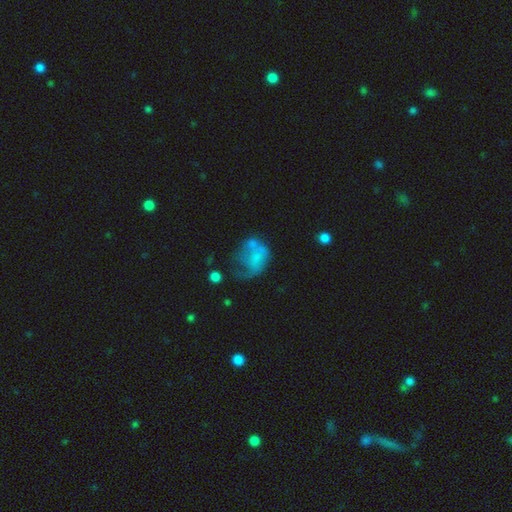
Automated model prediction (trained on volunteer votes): Smooth or featured? smooth (45%)
Merging? major disturbance (45%)